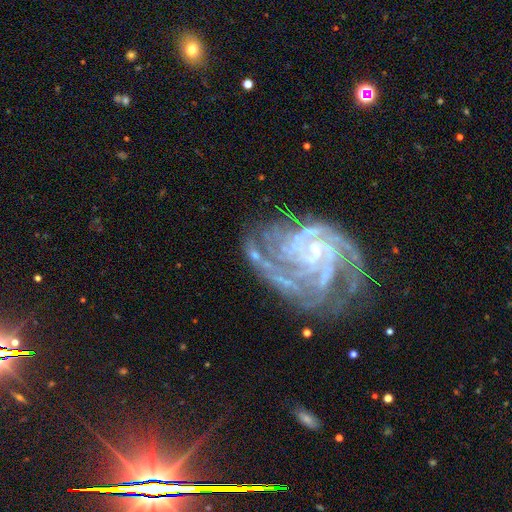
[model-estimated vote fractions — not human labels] A featured or disk galaxy (87%) with no bar (55%), tight (63%) spiral arms (96%) and a small central bulge (62%). Merging: none (58%).